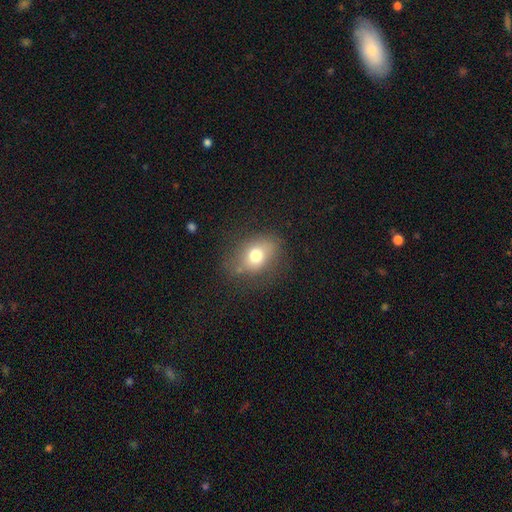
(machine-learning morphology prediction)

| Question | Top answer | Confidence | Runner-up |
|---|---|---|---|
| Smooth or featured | smooth | 72% | featured or disk (16%) |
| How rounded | in between | 60% | round (39%) |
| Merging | none | 70% | minor disturbance (20%) |